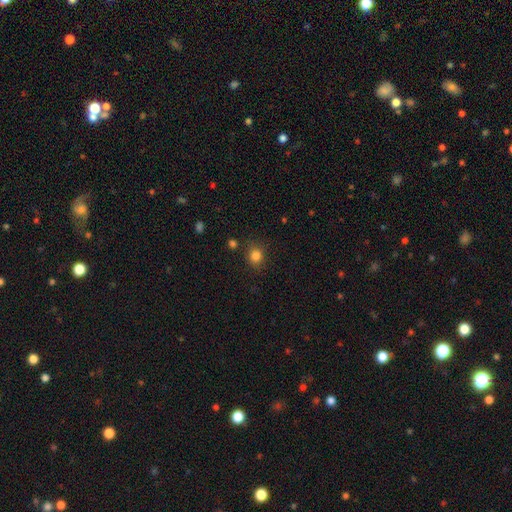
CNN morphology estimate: Smooth or featured?
  - smooth: 82% *
  - star or artifact: 13%
  - featured or disk: 5%
How rounded?
  - round: 77% *
  - in between: 22%
  - cigar-shaped: 1%
Merging?
  - none: 81% *
  - minor disturbance: 12%
  - major disturbance: 4%
  - merger: 3%